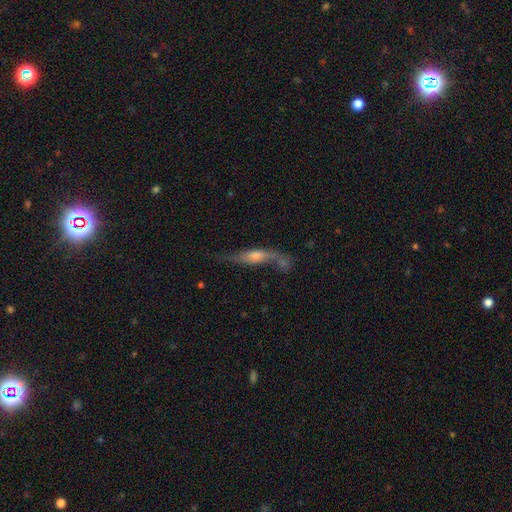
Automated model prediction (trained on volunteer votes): The model was most divided on "edge-on disk": yes: 56%, no: 44%. Remaining: smooth or featured — featured or disk (61%); merging — none (39%).